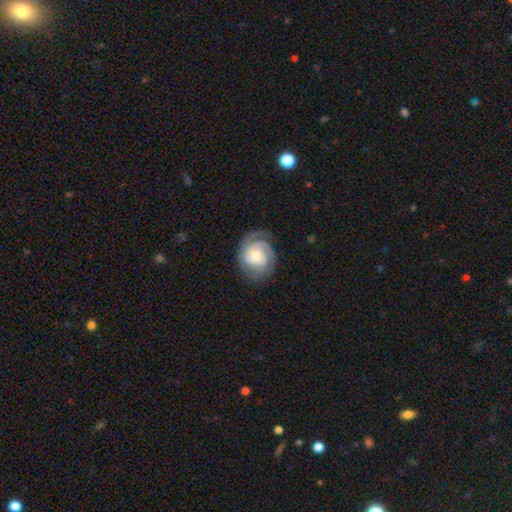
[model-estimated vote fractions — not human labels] Smooth or featured: featured or disk — 81% (smooth — 14%)
Edge-on disk: no — 98% (yes — 2%)
Bar: no — 69% (weak — 26%)
Spiral arms: yes — 96% (no — 4%)
Spiral winding: tight — 61% (medium — 31%)
Spiral arm count: 2 — 37% (3 — 28%)
Bulge size: moderate — 60% (small — 30%)
Merging: none — 73% (minor disturbance — 17%)